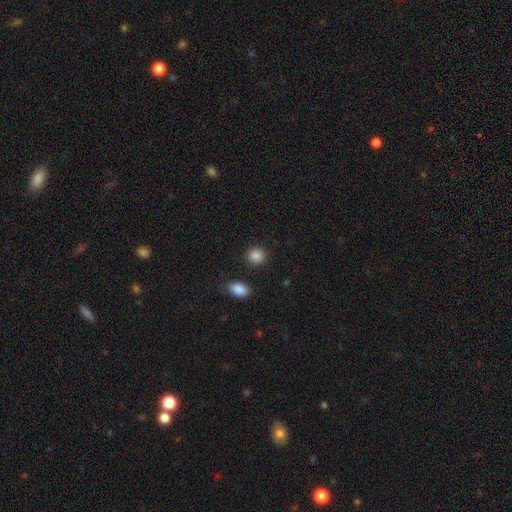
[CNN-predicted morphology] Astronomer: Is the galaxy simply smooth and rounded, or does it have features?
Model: smooth — 88%.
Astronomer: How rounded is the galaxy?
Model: round — 83%.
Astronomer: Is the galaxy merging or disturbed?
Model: none — 88%.